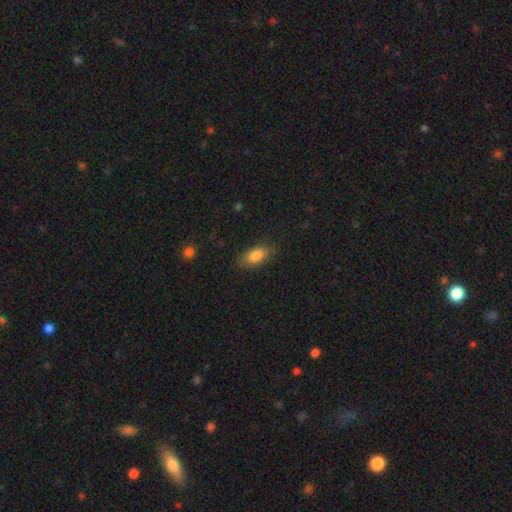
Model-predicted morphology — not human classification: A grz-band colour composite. It shows a smooth galaxy with no disk features (83%) that is in between round and cigar-shaped (87%). Merging: none (80%).